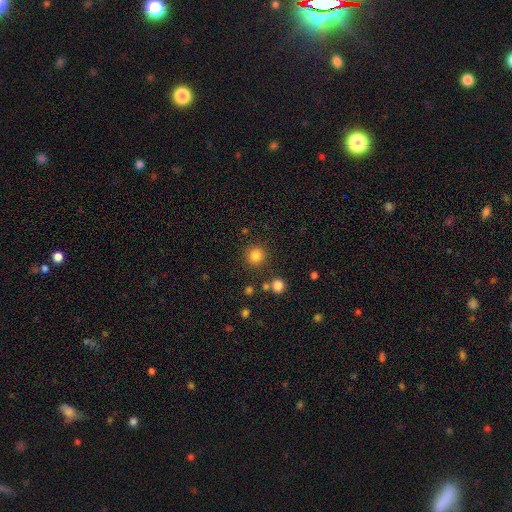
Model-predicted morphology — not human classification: Smooth or featured? smooth (83%)
How rounded? round (94%)
Merging? none (87%)